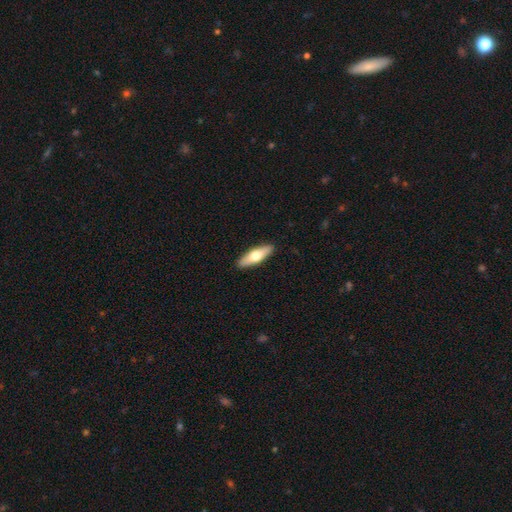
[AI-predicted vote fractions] The model was most divided on "how rounded": in between: 50%, cigar-shaped: 48%, round: 2%. More confident: merging — none (91%); smooth or featured — smooth (60%).